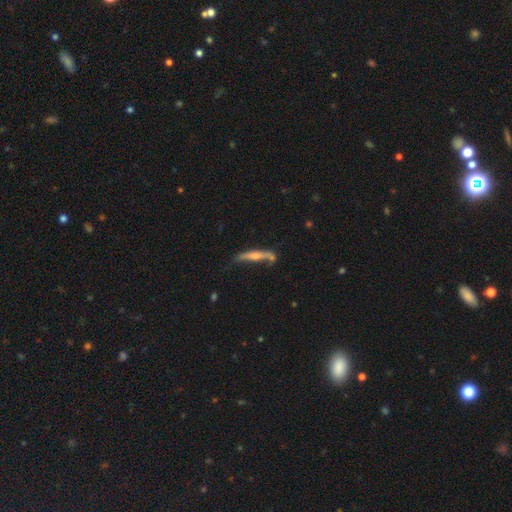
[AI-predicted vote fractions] This appears to be a featured or disk galaxy (48%). Merging: none (52%).